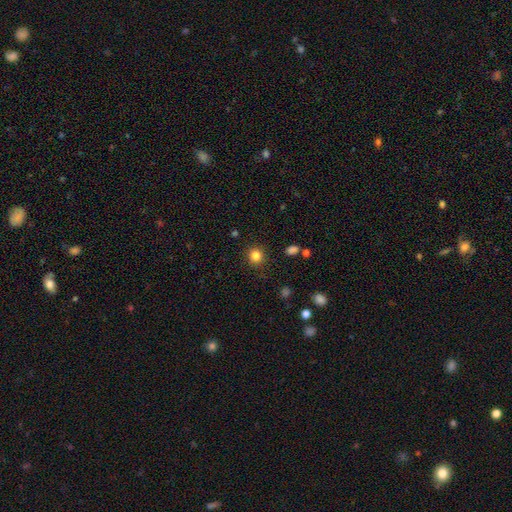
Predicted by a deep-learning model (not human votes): Smooth or featured: smooth — 83% (star or artifact — 13%)
How rounded: round — 91% (in between — 8%)
Merging: none — 90% (minor disturbance — 7%)